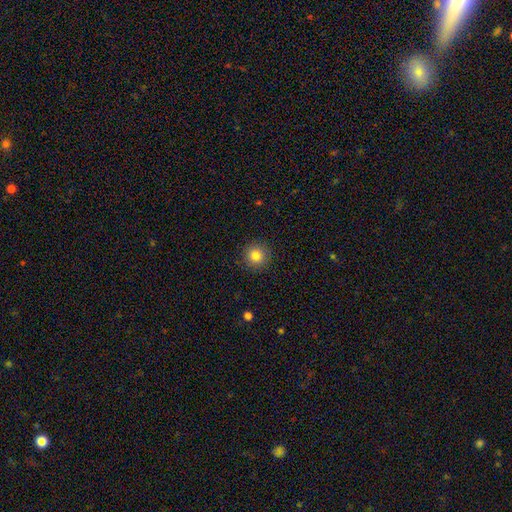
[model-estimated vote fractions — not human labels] smooth-or-featured: smooth: 83% | star or artifact: 11% | featured or disk: 6%
  how-rounded: round: 95% | in between: 4% | cigar-shaped: 1%
  merging: none: 91% | minor disturbance: 6% | major disturbance: 2% | merger: 1%